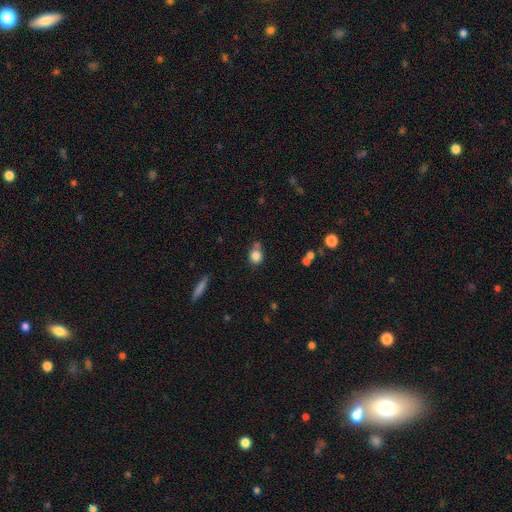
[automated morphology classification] type=smooth (82%); roundness=round (68%); merging=none (53%).